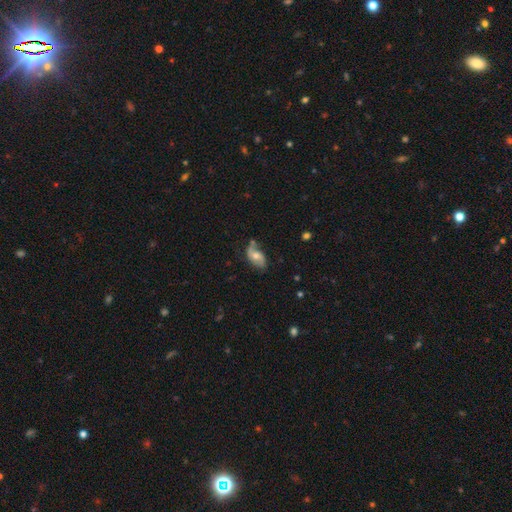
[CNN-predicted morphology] smooth_or_featured: featured or disk (p=0.56) [alt: smooth p=0.36]
disk_edge_on: no (p=0.94) [alt: yes p=0.06]
bar: no (p=0.63) [alt: weak p=0.30]
has_spiral_arms: yes (p=0.80) [alt: no p=0.20]
bulge_size: moderate (p=0.64) [alt: small p=0.26]
merging: none (p=0.51) [alt: minor disturbance p=0.29]